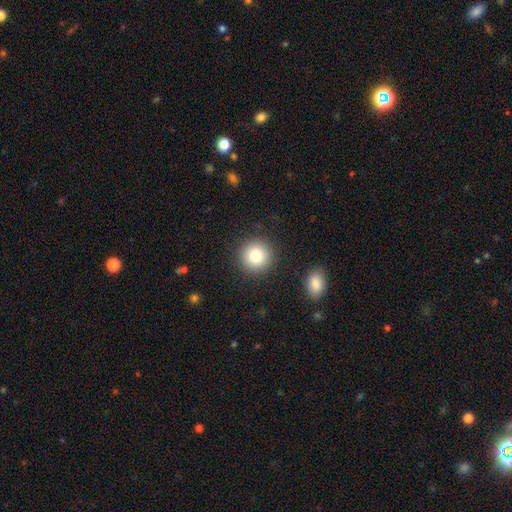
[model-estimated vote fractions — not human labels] A smooth galaxy with no disk features (81%) that is round (94%). Merging: none (89%).